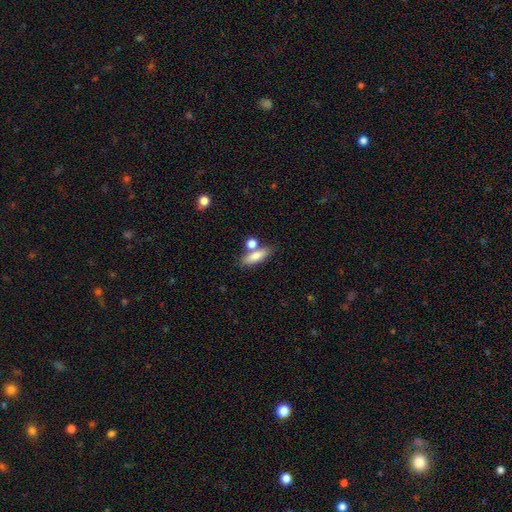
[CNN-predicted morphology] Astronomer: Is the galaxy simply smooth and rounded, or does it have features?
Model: smooth — 79%.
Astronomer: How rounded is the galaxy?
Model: in between — 59% (runner-up: cigar-shaped, 35%).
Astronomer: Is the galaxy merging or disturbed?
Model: none — 58%.